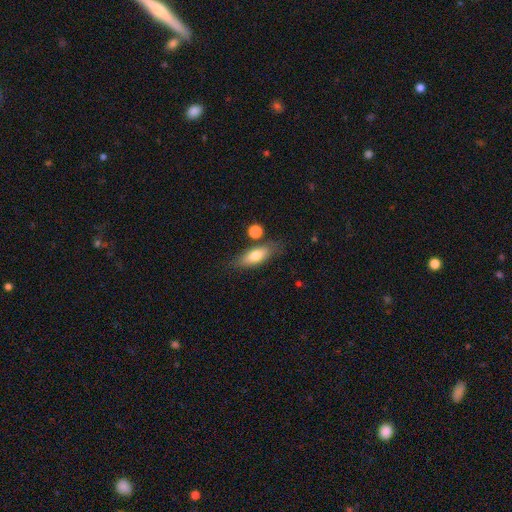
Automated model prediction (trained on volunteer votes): Smooth or featured?
  - smooth: 71% *
  - featured or disk: 22%
  - star or artifact: 7%
How rounded?
  - in between: 66% *
  - cigar-shaped: 30%
  - round: 4%
Merging?
  - none: 73% *
  - minor disturbance: 15%
  - merger: 8%
  - major disturbance: 4%